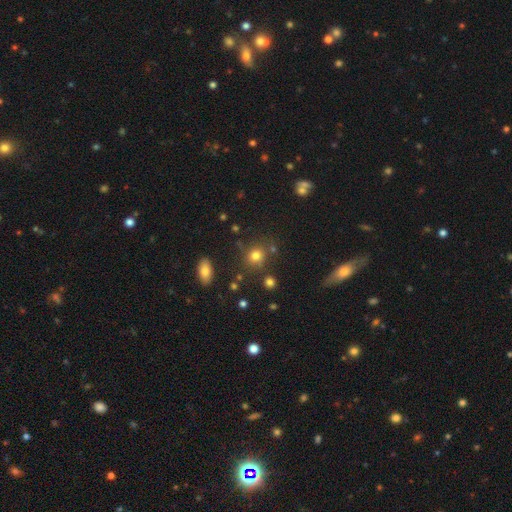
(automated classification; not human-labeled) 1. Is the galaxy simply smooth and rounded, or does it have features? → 77% smooth, 16% star or artifact, 8% featured or disk.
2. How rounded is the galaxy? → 79% round, 20% in between, 1% cigar-shaped.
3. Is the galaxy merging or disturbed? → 76% none, 12% minor disturbance, 8% merger, 4% major disturbance.